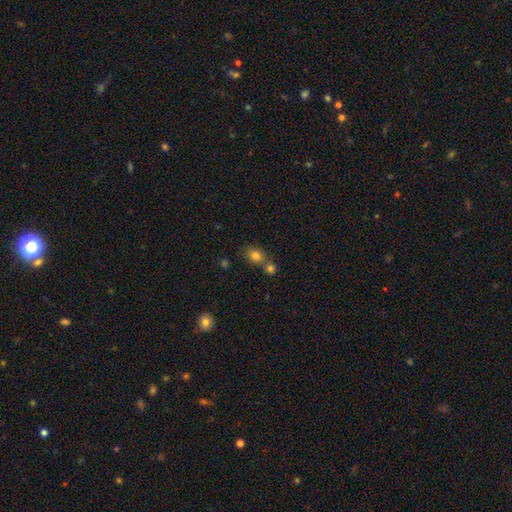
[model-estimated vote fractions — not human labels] Smooth or featured: smooth — 78% (star or artifact — 13%)
How rounded: round — 62% (in between — 37%)
Merging: none — 50% (merger — 37%)